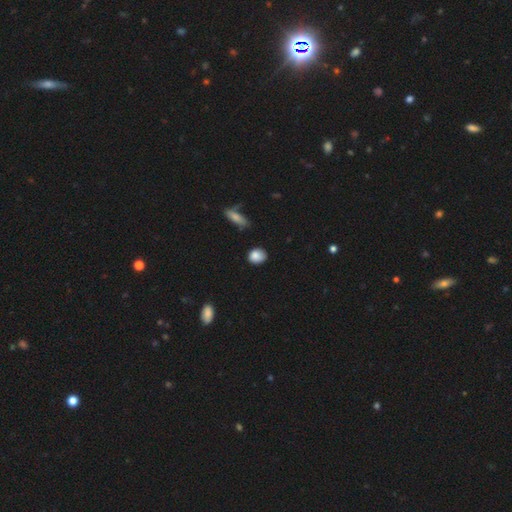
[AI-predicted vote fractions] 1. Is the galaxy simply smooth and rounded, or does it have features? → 86% smooth, 9% star or artifact, 6% featured or disk.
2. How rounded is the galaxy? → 57% round, 41% in between, 2% cigar-shaped.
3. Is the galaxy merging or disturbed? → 75% none, 19% minor disturbance, 4% major disturbance, 3% merger.